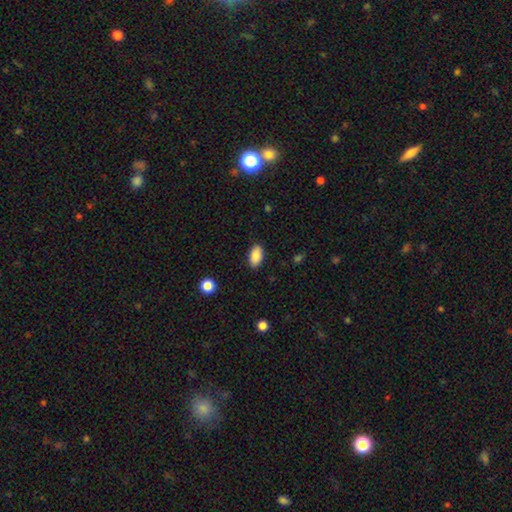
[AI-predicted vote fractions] Smooth or featured? smooth (88%)
How rounded? in between (94%)
Merging? none (88%)